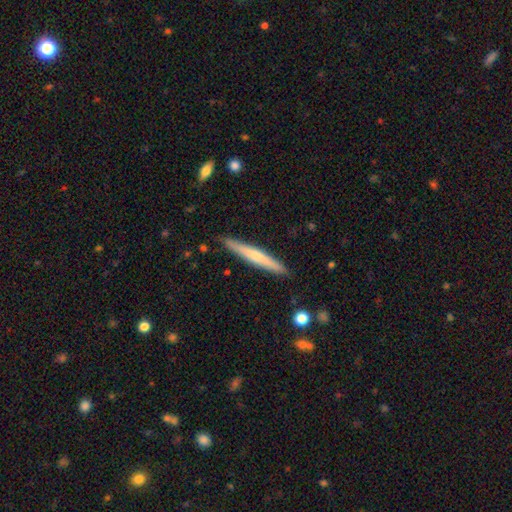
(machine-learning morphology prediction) smooth_or_featured: smooth (p=0.53) [alt: featured or disk p=0.42]
how_rounded: cigar-shaped (p=0.96) [alt: in between p=0.03]
merging: none (p=0.90) [alt: minor disturbance p=0.07]